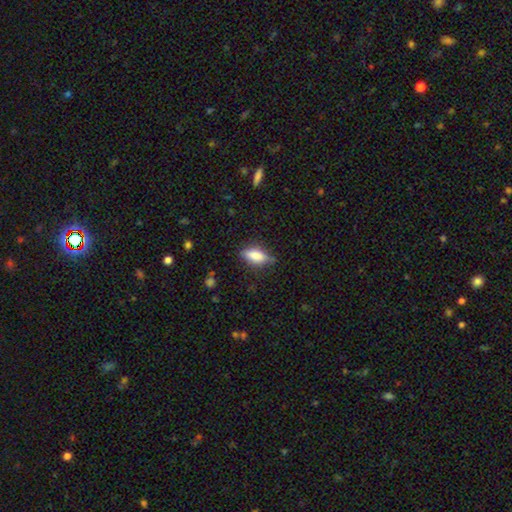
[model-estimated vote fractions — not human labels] Smooth or featured? smooth (76%)
How rounded? in between (78%)
Merging? none (73%)